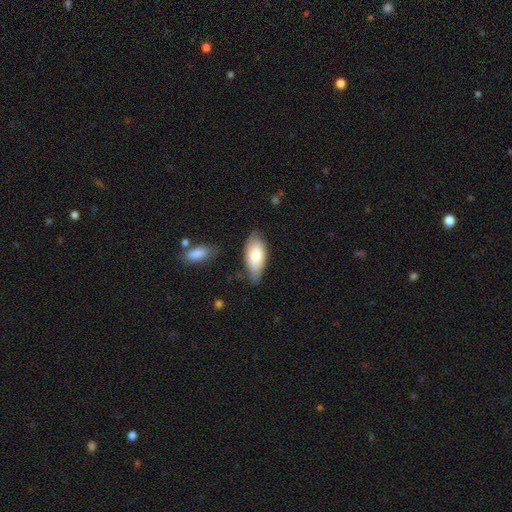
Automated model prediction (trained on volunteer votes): A smooth galaxy with no disk features (78%) that is in between round and cigar-shaped (87%).

Vote fractions:
- Smooth or featured? smooth: 78% / featured or disk: 16% / star or artifact: 6%
- How rounded? in between: 87% / cigar-shaped: 11% / round: 2%
- Merging? none: 64% / minor disturbance: 27% / major disturbance: 5% / merger: 3%